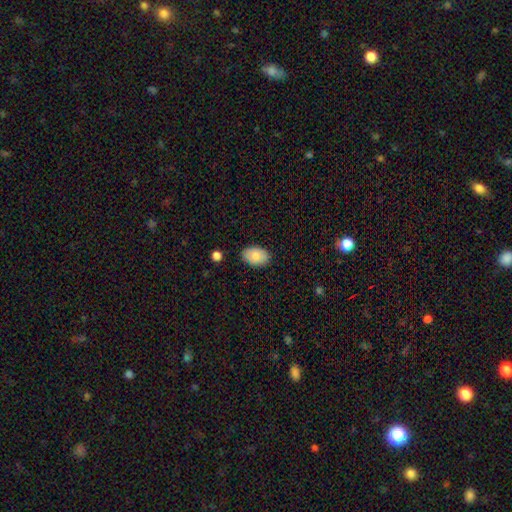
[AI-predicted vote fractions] This appears to be a smooth galaxy with no disk features (80%) that is in between round and cigar-shaped (89%). Merging: none (85%).